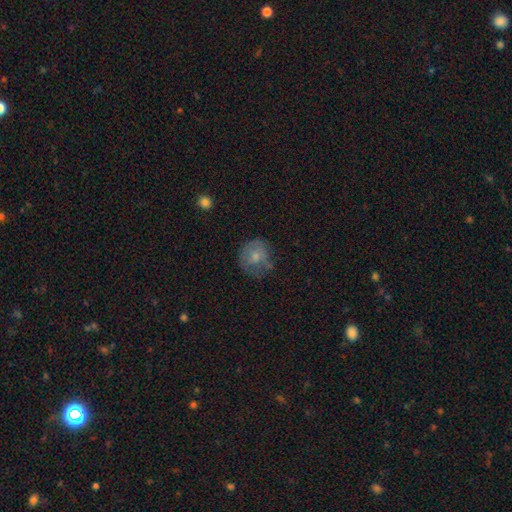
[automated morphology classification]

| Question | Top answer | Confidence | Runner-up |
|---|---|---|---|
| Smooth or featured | smooth | 69% | featured or disk (22%) |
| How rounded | round | 79% | in between (20%) |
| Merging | none | 53% | minor disturbance (30%) |